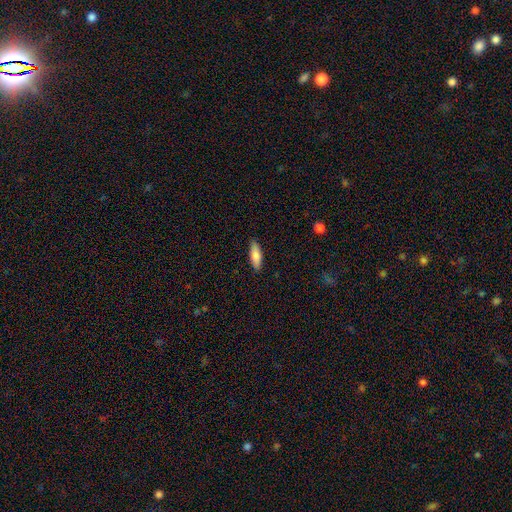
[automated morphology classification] Smooth or featured? Predicted: smooth (p=0.82). How rounded? Predicted: in between (p=0.60). Merging? Predicted: none (p=0.89).